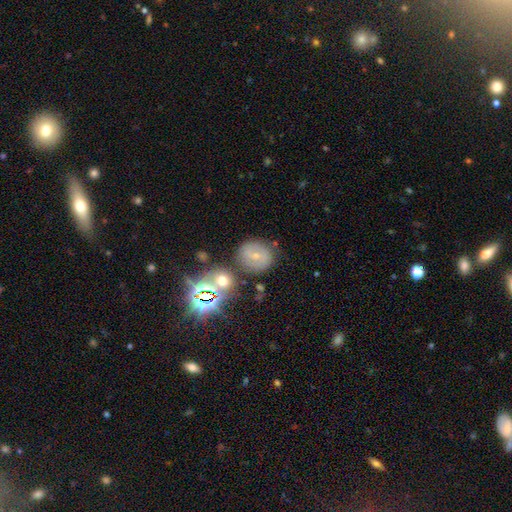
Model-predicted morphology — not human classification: Smooth or featured? Predicted: featured or disk (p=0.40). Merging? Predicted: none (p=0.75).